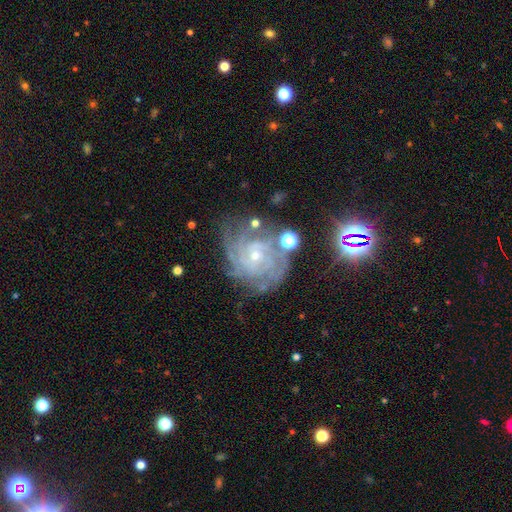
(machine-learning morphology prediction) The model was most divided on "spiral arm count": can't tell: 29%, 4: 23%, more than 4: 17%, 3: 15%, 2: 10%, 1: 7%. More confident: edge-on disk — no (98%); spiral arms — yes (96%); smooth or featured — featured or disk (85%); bulge size — small (77%); bar — no (72%); spiral winding — tight (71%); merging — none (65%).